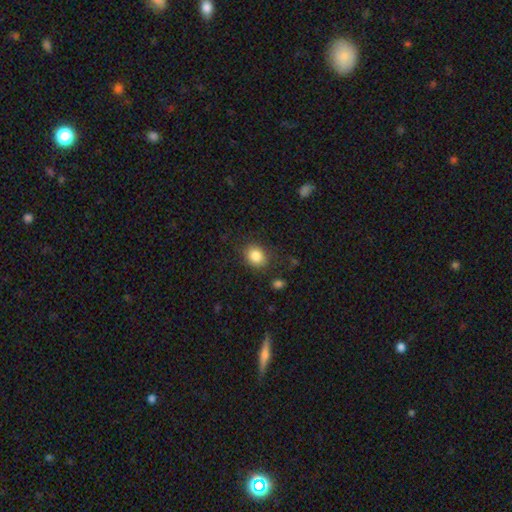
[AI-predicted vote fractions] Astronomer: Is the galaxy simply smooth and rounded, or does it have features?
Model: smooth — 85%.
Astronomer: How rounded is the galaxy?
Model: round — 56% (runner-up: in between, 43%).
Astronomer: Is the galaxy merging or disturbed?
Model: none — 83%.